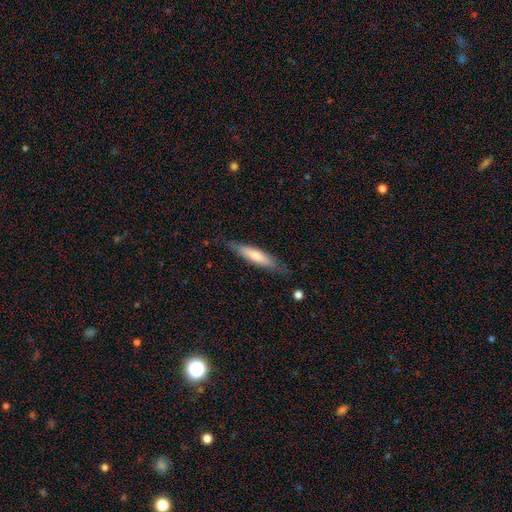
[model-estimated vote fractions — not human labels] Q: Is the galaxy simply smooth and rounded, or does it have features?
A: smooth — 66%.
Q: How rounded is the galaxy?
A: cigar-shaped — 81%.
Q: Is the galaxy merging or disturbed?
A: none — 79%.